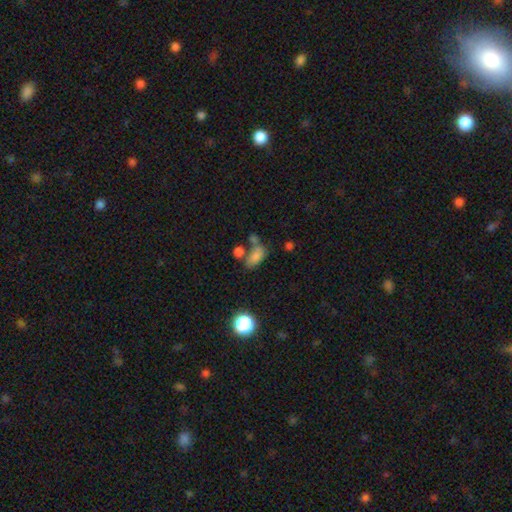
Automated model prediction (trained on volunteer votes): smooth 76%, star or artifact 13%, featured or disk 11%. Down the decision tree: how rounded — in between (87%); merging — none (41%).